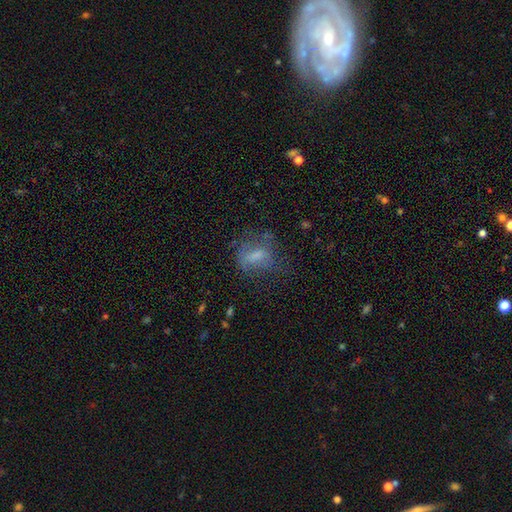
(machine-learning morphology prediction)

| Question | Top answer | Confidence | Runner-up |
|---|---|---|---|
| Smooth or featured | smooth | 54% | featured or disk (32%) |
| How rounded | in between | 65% | round (27%) |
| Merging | none | 46% | major disturbance (27%) |